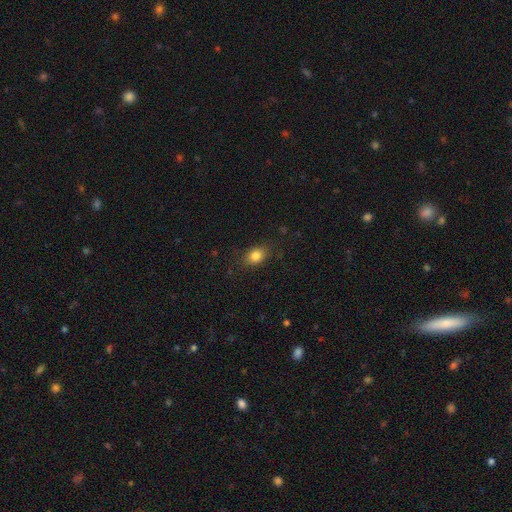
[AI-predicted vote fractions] smooth-or-featured: smooth: 84% | star or artifact: 10% | featured or disk: 6%
  how-rounded: in between: 68% | round: 31% | cigar-shaped: 2%
  merging: none: 83% | minor disturbance: 12% | major disturbance: 4% | merger: 1%